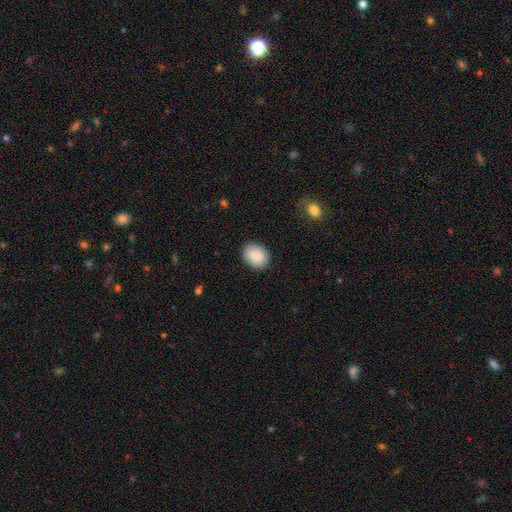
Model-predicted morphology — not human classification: A smooth galaxy with no disk features (89%) that is in between round and cigar-shaped (53%). Merging: none (88%).